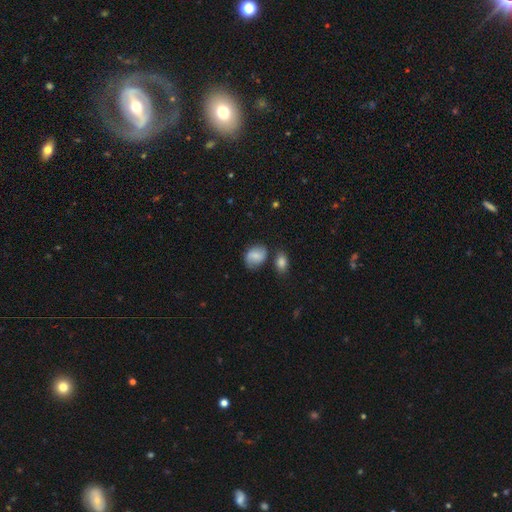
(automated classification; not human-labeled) A smooth galaxy with no disk features (70%) that is in between round and cigar-shaped (61%).

Vote fractions:
- Smooth or featured? smooth: 70% / featured or disk: 21% / star or artifact: 8%
- How rounded? in between: 61% / round: 37% / cigar-shaped: 1%
- Merging? none: 62% / minor disturbance: 21% / merger: 11% / major disturbance: 6%